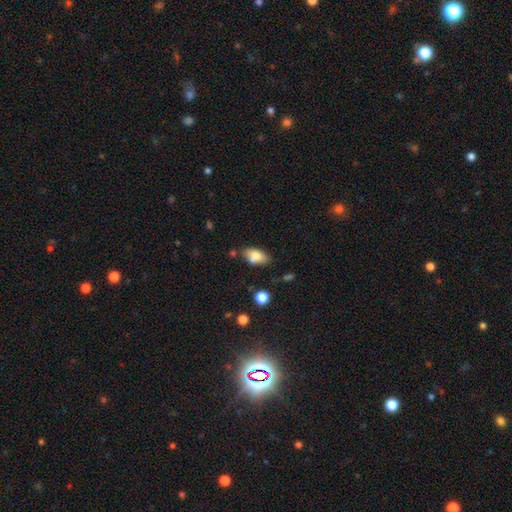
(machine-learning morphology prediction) Smooth or featured? Predicted: smooth (p=0.77). How rounded? Predicted: in between (p=0.89). Merging? Predicted: none (p=0.66).